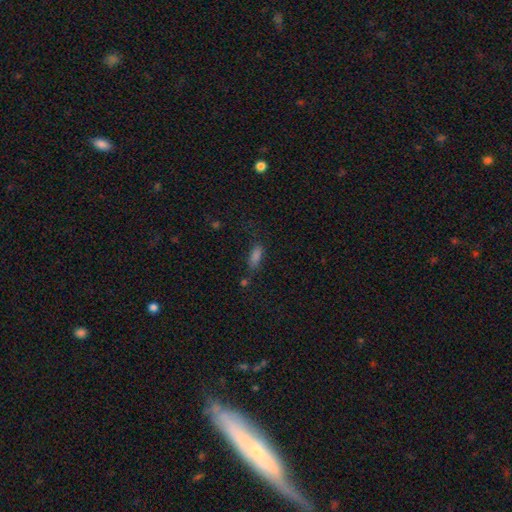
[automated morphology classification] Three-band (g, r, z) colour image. It shows a smooth galaxy with no disk features (77%) that is in between round and cigar-shaped (65%). Merging: none (64%).